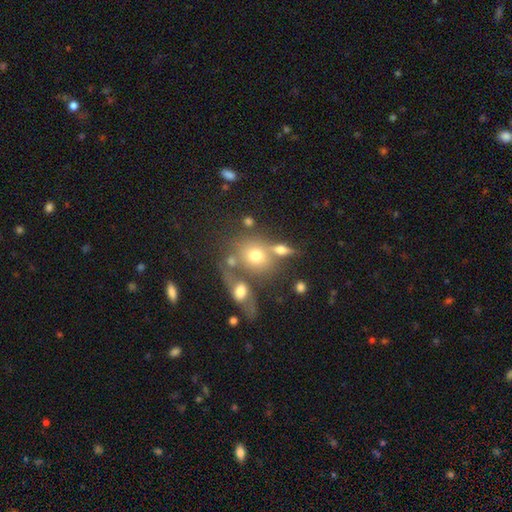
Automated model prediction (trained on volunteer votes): Morphology: type=smooth (66%); roundness=round (63%); merging=none (44%).